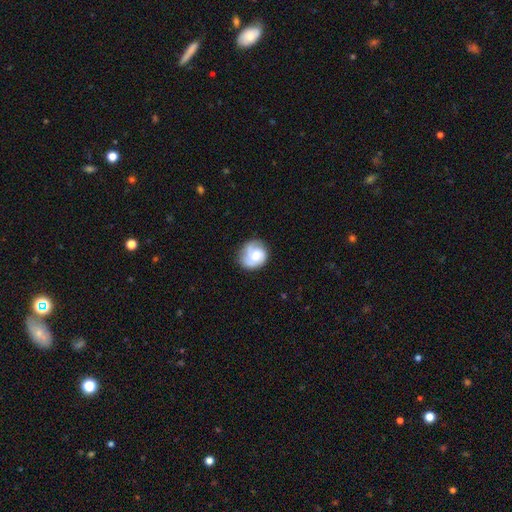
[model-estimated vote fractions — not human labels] Morphology: type=featured or disk (57%); edge-on=no (98%); bar=no (70%); spiral arms=yes (88%); bulge=moderate (56%); merging=none (69%).